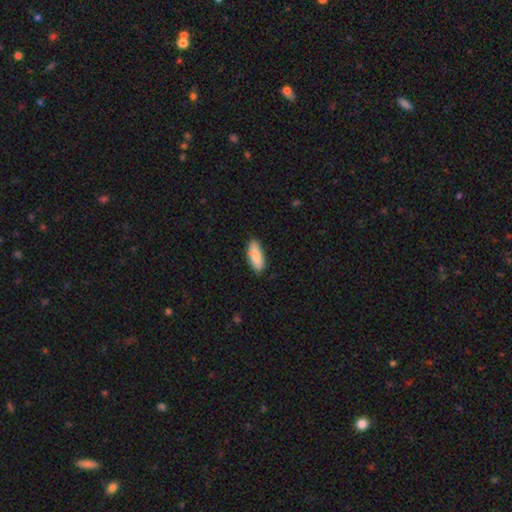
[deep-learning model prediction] This is clearly a smooth galaxy (85%). How rounded: likely in between (73%). Merging: clearly none (84%).